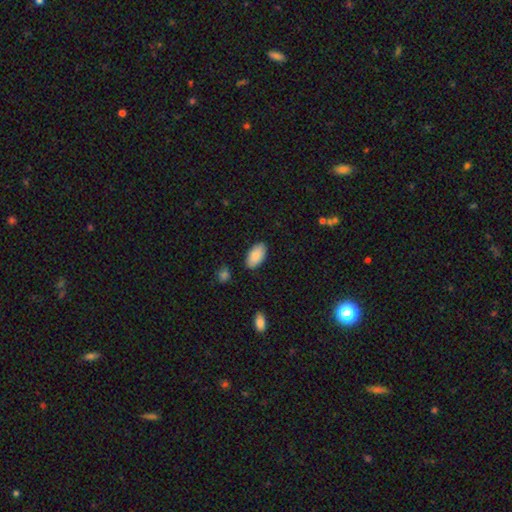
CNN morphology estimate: Smooth or featured?
  - smooth: 88% *
  - star or artifact: 6%
  - featured or disk: 6%
How rounded?
  - in between: 96% *
  - round: 3%
  - cigar-shaped: 2%
Merging?
  - none: 87% *
  - minor disturbance: 9%
  - major disturbance: 2%
  - merger: 1%